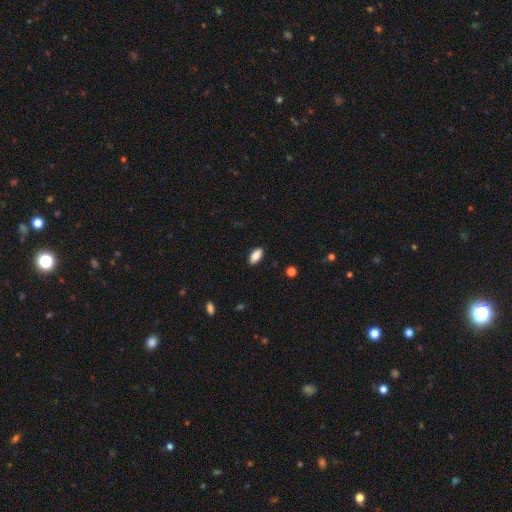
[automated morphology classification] smooth 87%, star or artifact 7%, featured or disk 5%. Down the decision tree: how rounded — in between (91%); merging — none (88%).